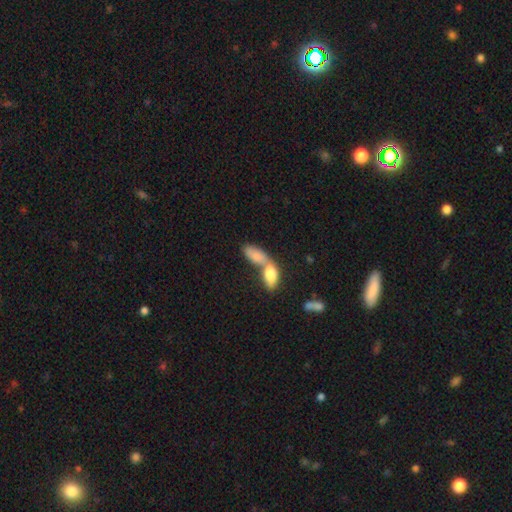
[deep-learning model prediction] A smooth galaxy with no disk features (80%) that is in between round and cigar-shaped (85%). Merging: merger (70%).